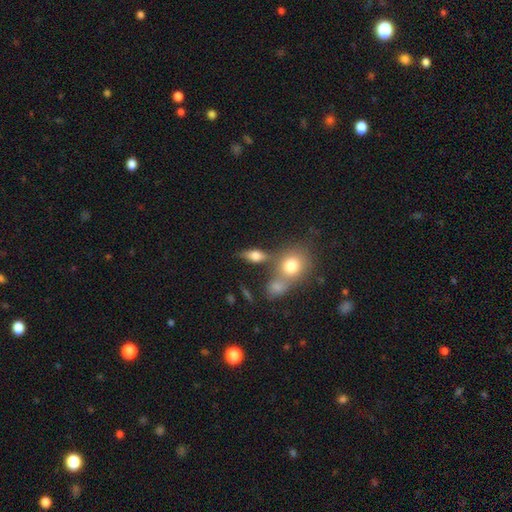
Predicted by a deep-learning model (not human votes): This is likely a smooth galaxy (63%). How rounded: likely in between (65%). Merging: possibly none (57%).